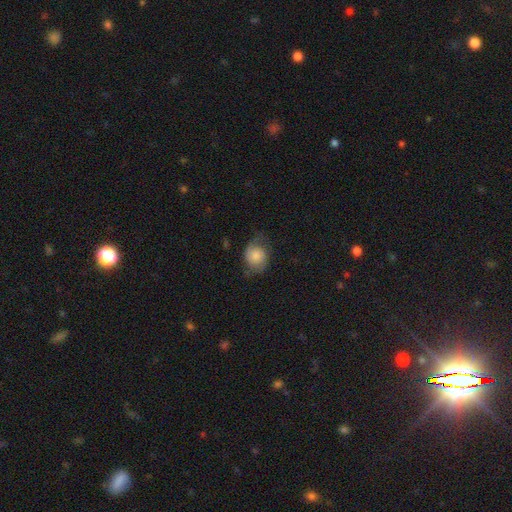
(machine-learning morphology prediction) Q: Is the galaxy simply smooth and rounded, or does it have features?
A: smooth — 61%.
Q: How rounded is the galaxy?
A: round — 55%.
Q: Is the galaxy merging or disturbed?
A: none — 55%.